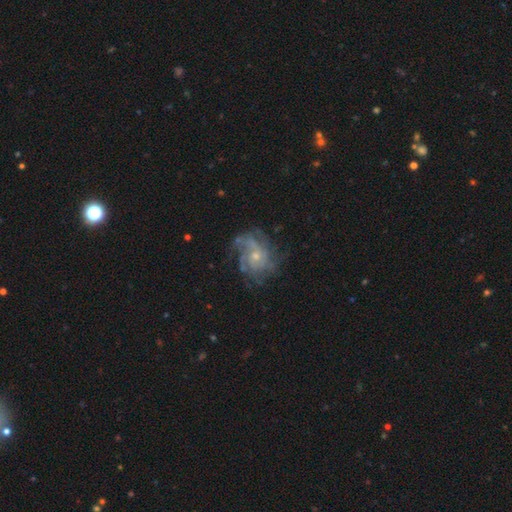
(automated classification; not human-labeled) A featured or disk galaxy (79%) with no bar (78%), tight (43%) spiral arms (89%) and a small central bulge (60%).

Vote fractions:
- Smooth or featured? featured or disk: 79% / smooth: 12% / star or artifact: 9%
- Edge-on disk? no: 98% / yes: 2%
- Bar? no: 78% / weak: 19% / strong: 3%
- Spiral arms? yes: 89% / no: 11%
- Spiral winding? tight: 43% / medium: 39% / loose: 18%
- Spiral arm count? can't tell: 36% / 3: 19% / 4: 17% / 2: 12% / more than 4: 9% / 1: 7%
- Bulge size? small: 60% / moderate: 35% / none: 3% / large: 2% / dominant: 1%
- Merging? none: 62% / minor disturbance: 20% / major disturbance: 16% / merger: 2%